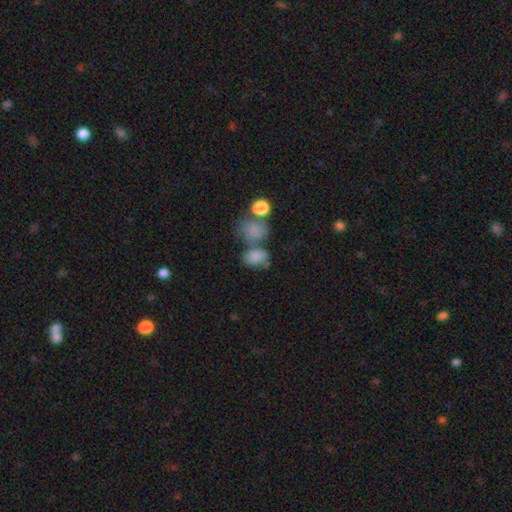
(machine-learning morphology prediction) This is likely a smooth galaxy (75%). How rounded: likely in between (70%). Merging: marginally merger (41%).